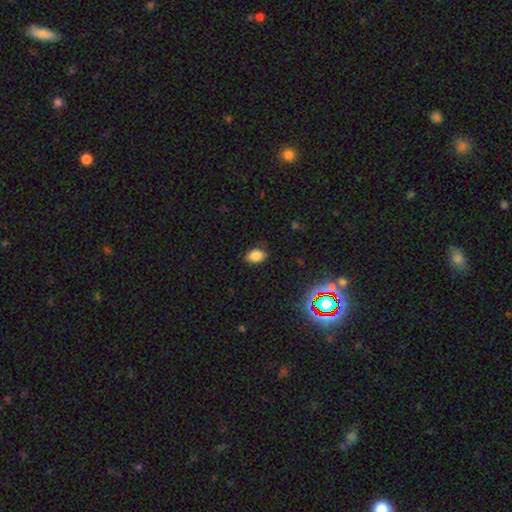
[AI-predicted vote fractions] Morphology: type=smooth (84%); roundness=in between (84%); merging=none (81%).